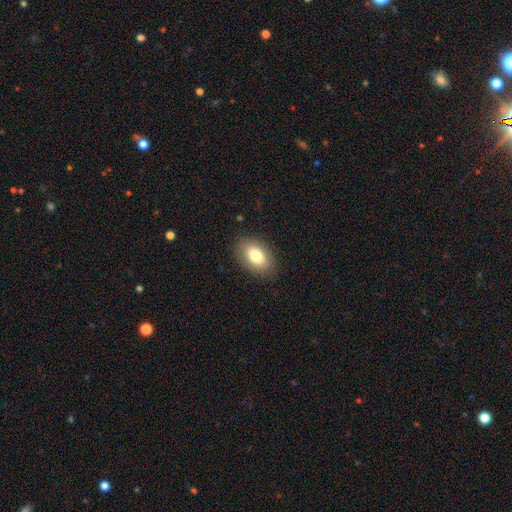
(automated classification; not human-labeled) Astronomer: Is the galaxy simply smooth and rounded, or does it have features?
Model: smooth — 79%.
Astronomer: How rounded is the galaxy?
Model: in between — 86%.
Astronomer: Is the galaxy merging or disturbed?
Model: none — 85%.